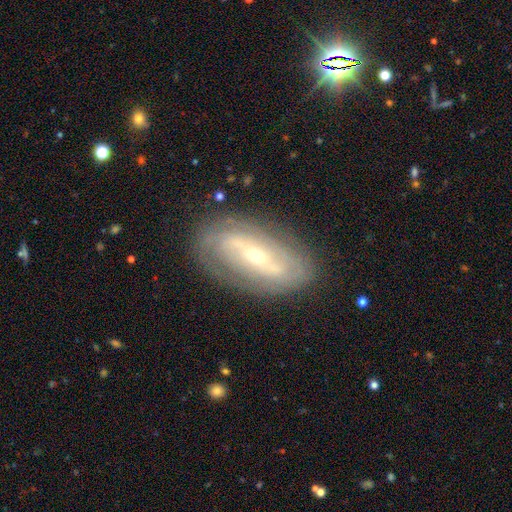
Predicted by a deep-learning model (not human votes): A featured or disk galaxy (80%) with a strong bar (37%), 2 (59%) tight (48%) spiral arms (80%) and a small central bulge (61%).

Vote fractions:
- Smooth or featured? featured or disk: 80% / smooth: 14% / star or artifact: 7%
- Edge-on disk? no: 91% / yes: 9%
- Bar? strong: 37% / weak: 33% / no: 30%
- Spiral arms? yes: 80% / no: 20%
- Spiral winding? tight: 48% / medium: 33% / loose: 19%
- Spiral arm count? 2: 59% / can't tell: 27% / 3: 6% / 1: 3% / 4: 3% / more than 4: 2%
- Bulge size? small: 61% / moderate: 36% / large: 2% / dominant: 1% / none: 1%
- Merging? none: 81% / minor disturbance: 13% / major disturbance: 4% / merger: 1%